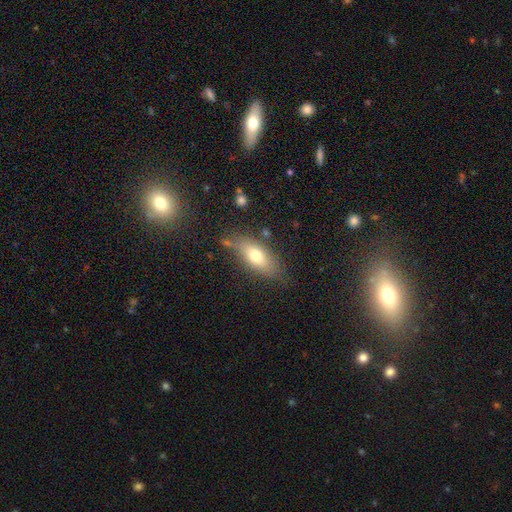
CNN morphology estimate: Smooth or featured? Predicted: smooth (p=0.70). How rounded? Predicted: in between (p=0.78). Merging? Predicted: none (p=0.71).